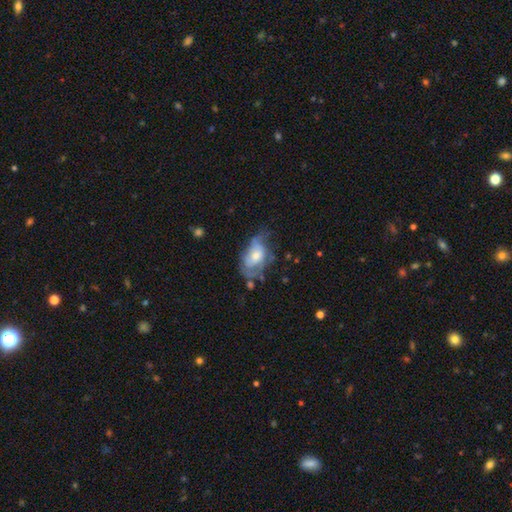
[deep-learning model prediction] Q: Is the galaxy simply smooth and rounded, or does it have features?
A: featured or disk — 63%.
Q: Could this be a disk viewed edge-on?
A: no — 95%.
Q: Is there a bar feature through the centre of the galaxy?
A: no — 67%.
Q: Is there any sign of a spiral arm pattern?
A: yes — 75%.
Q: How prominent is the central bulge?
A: moderate — 54%.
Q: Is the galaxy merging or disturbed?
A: none — 38%.